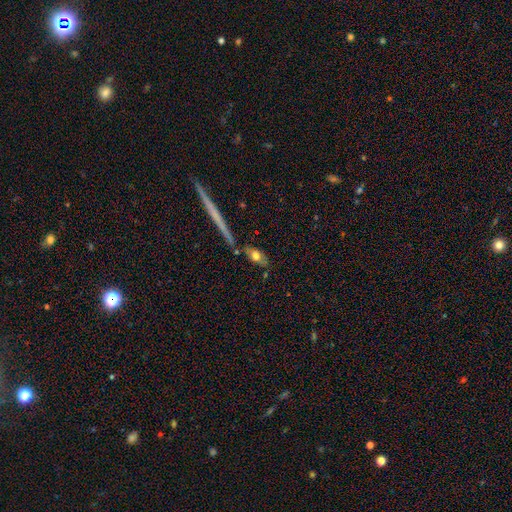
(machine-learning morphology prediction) smooth-or-featured: smooth: 65% | featured or disk: 27% | star or artifact: 8%
  how-rounded: in between: 71% | cigar-shaped: 22% | round: 7%
  merging: none: 70% | minor disturbance: 15% | merger: 10% | major disturbance: 5%